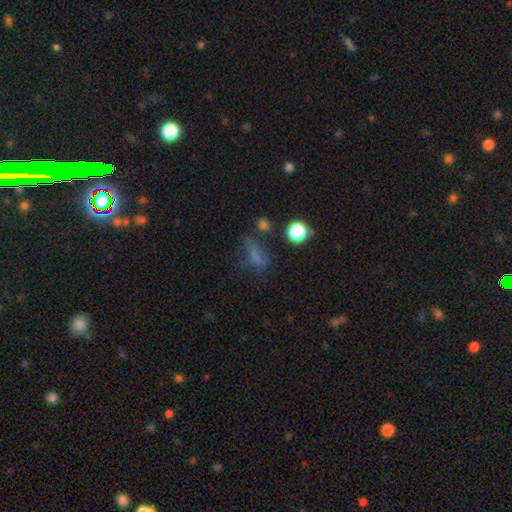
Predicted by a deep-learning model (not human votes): smooth-or-featured: smooth: 61% | star or artifact: 22% | featured or disk: 16%
  how-rounded: in between: 56% | cigar-shaped: 26% | round: 18%
  merging: none: 47% | minor disturbance: 24% | major disturbance: 22% | merger: 7%